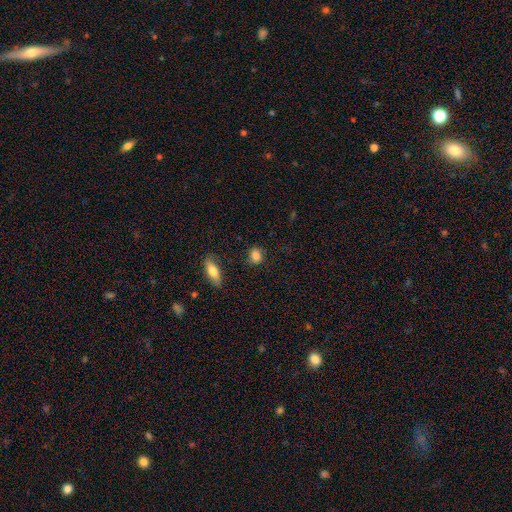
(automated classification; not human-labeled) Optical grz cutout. It shows a smooth galaxy with no disk features (85%) that is round (55%). Merging: none (82%).